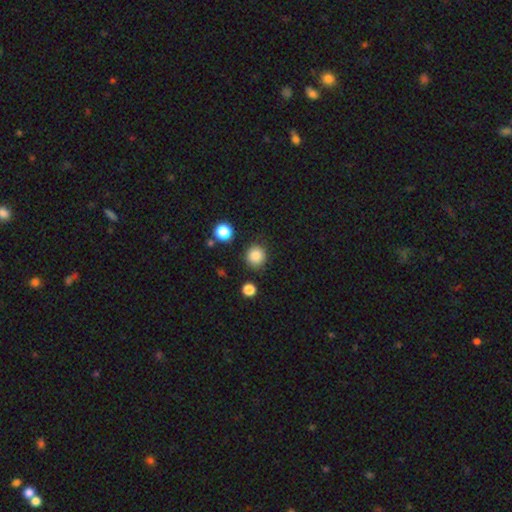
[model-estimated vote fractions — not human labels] Smooth or featured?
  - smooth: 86% *
  - star or artifact: 10%
  - featured or disk: 4%
How rounded?
  - round: 92% *
  - in between: 7%
  - cigar-shaped: 1%
Merging?
  - none: 87% *
  - minor disturbance: 8%
  - major disturbance: 3%
  - merger: 3%